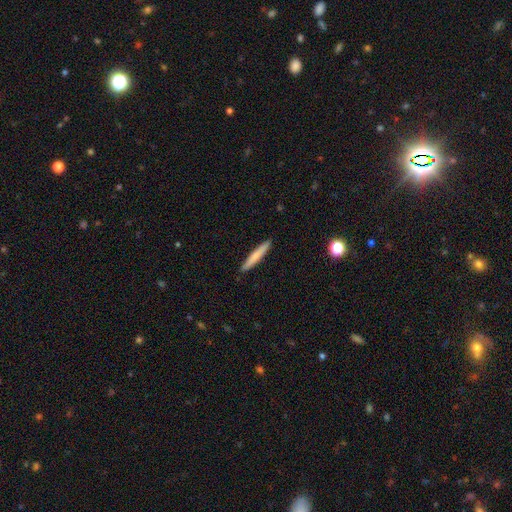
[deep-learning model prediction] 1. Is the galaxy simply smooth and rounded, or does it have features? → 72% smooth, 22% featured or disk, 6% star or artifact.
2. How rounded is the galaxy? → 95% cigar-shaped, 4% in between, 1% round.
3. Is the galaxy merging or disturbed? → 91% none, 6% minor disturbance, 1% major disturbance, 1% merger.